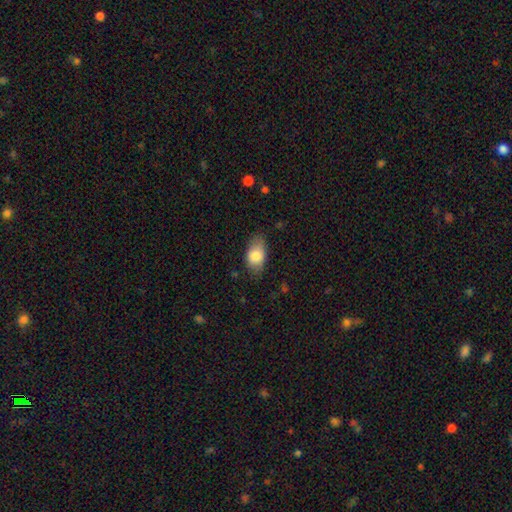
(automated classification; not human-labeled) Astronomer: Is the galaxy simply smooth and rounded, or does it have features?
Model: smooth — 82%.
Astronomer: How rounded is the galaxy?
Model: in between — 89%.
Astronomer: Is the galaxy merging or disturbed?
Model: none — 70%.